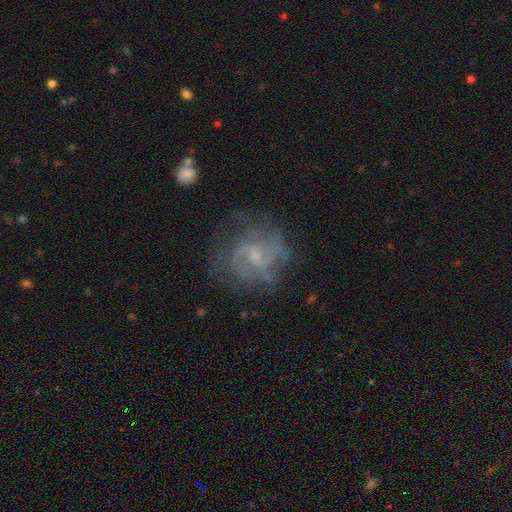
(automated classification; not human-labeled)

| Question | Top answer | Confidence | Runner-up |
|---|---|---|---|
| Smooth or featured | featured or disk | 73% | smooth (17%) |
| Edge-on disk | no | 98% | yes (2%) |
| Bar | no | 47% | weak (46%) |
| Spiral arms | yes | 85% | no (15%) |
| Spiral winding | medium | 46% | tight (30%) |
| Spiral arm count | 2 | 36% | can't tell (33%) |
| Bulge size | small | 58% | moderate (26%) |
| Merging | none | 65% | minor disturbance (19%) |